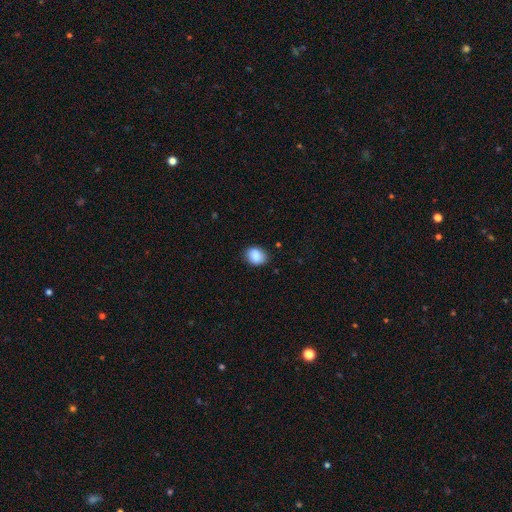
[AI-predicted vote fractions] The model was most divided on "how rounded": in between: 59%, round: 40%, cigar-shaped: 1%. More confident: smooth or featured — smooth (88%); merging — none (80%).